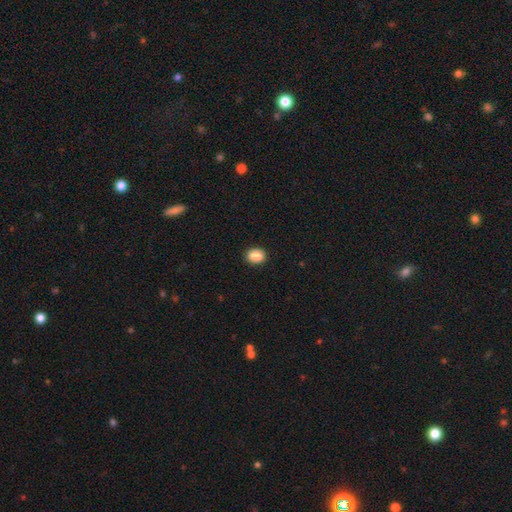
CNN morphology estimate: Overall: smooth (89%). How rounded: in between (57%; round 42%). Merging: none (90%).